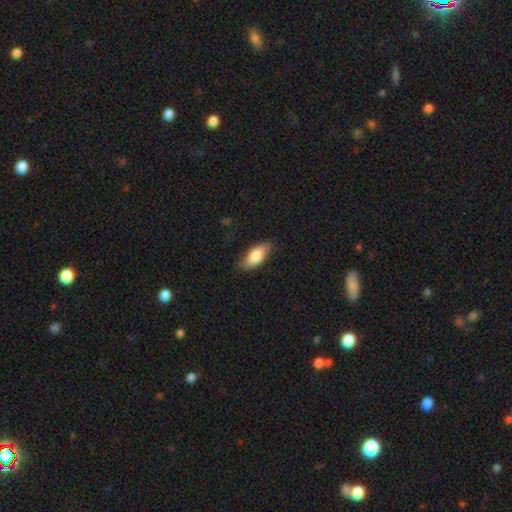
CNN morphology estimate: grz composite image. It shows a smooth galaxy with no disk features (81%) that is in between round and cigar-shaped (86%). Merging: none (80%).